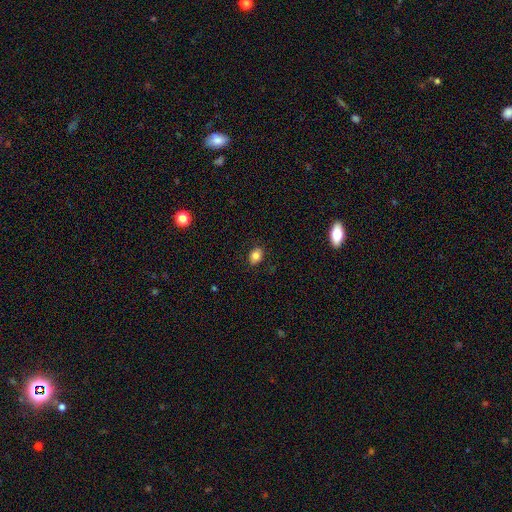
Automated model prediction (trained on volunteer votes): smooth_or_featured: smooth (p=0.81) [alt: star or artifact p=0.10]
how_rounded: in between (p=0.76) [alt: round p=0.23]
merging: none (p=0.86) [alt: minor disturbance p=0.11]